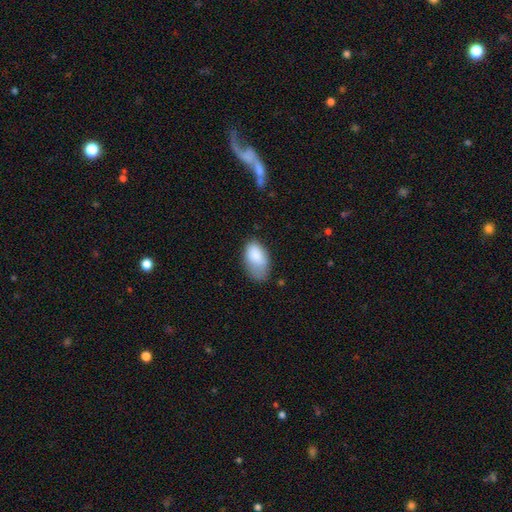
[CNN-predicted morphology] Smooth or featured? smooth (84%)
How rounded? in between (94%)
Merging? none (44%)